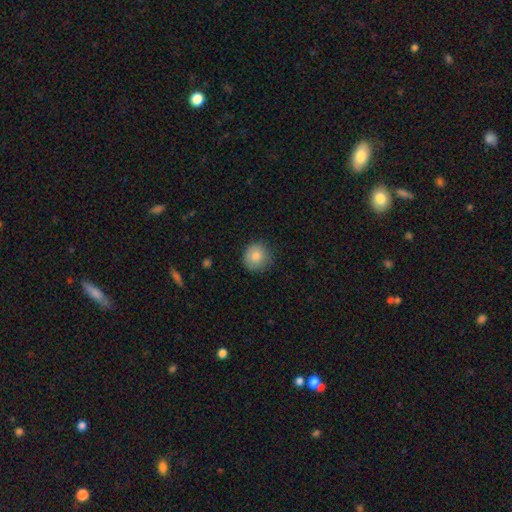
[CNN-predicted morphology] Smooth or featured?
  - smooth: 82% *
  - featured or disk: 9%
  - star or artifact: 9%
How rounded?
  - round: 92% *
  - in between: 7%
  - cigar-shaped: 1%
Merging?
  - none: 82% *
  - minor disturbance: 14%
  - major disturbance: 3%
  - merger: 1%